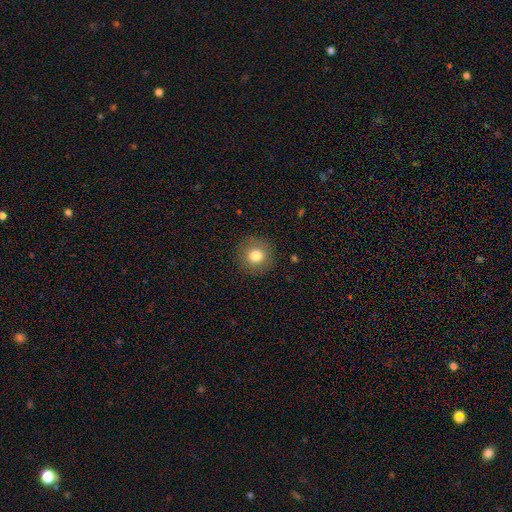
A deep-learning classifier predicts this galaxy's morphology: type=smooth (79%); roundness=round (94%); merging=none (89%).